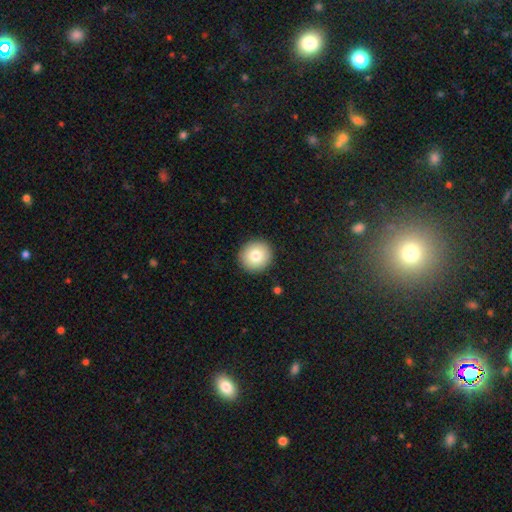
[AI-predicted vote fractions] This is clearly a smooth galaxy (80%). How rounded: clearly round (93%). Merging: clearly none (92%).